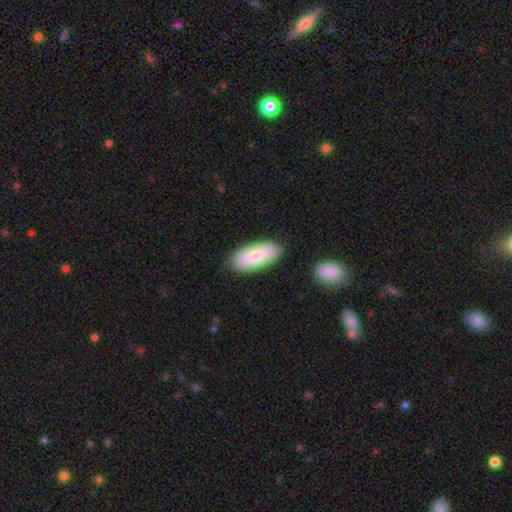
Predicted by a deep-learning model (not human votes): Smooth or featured? Predicted: smooth (p=0.74). How rounded? Predicted: in between (p=0.88). Merging? Predicted: none (p=0.84).